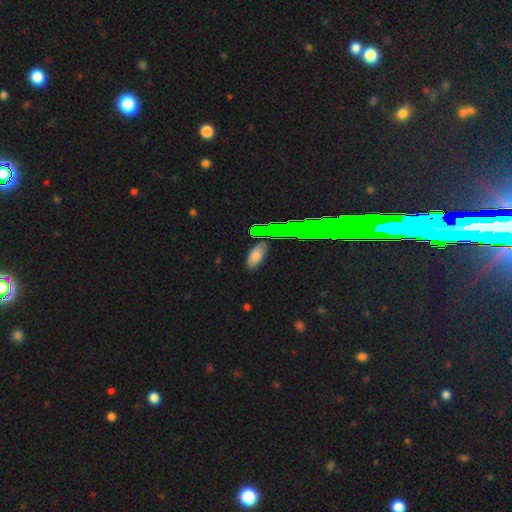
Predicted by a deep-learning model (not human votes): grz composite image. It shows a smooth galaxy with no disk features (75%) that is in between round and cigar-shaped (89%). Merging: none (80%).